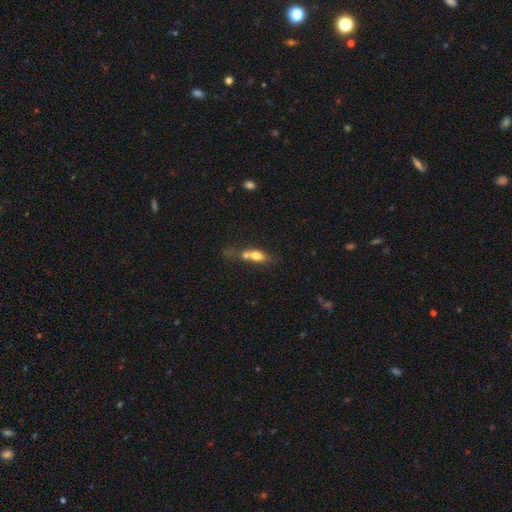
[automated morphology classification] smooth 64%, featured or disk 26%, star or artifact 9%. Down the decision tree: how rounded — in between (61%); merging — merger (52%).